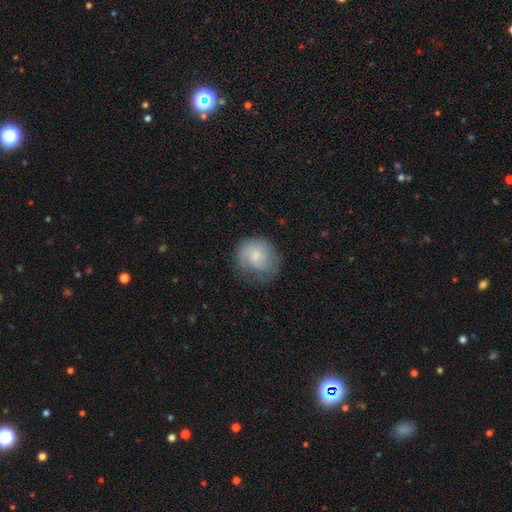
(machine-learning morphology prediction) Q: Smooth or featured?
A: smooth (57%); runner-up: featured or disk (36%)
Q: How rounded?
A: round (76%); runner-up: in between (23%)
Q: Merging?
A: none (60%); runner-up: minor disturbance (26%)